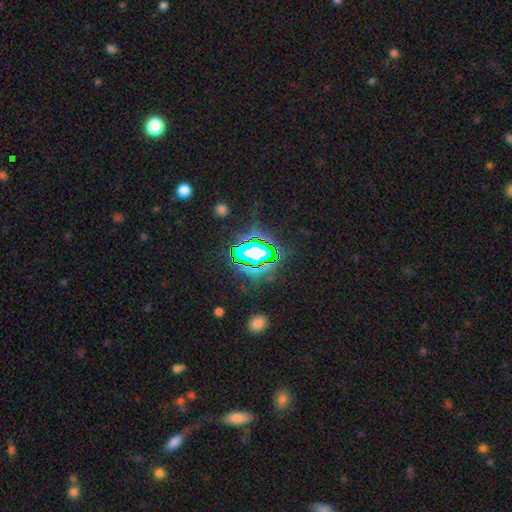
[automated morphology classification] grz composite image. It shows a star or artifact, not a galaxy (72%).